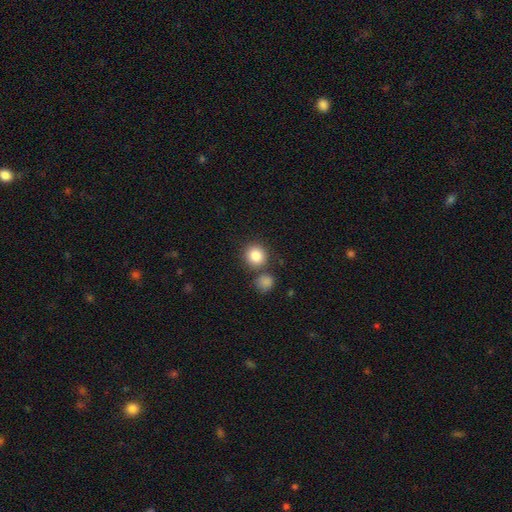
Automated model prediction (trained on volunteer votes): The model was most divided on "merging": none: 73%, merger: 15%, minor disturbance: 9%, major disturbance: 3%. More confident: how rounded — round (89%); smooth or featured — smooth (85%).